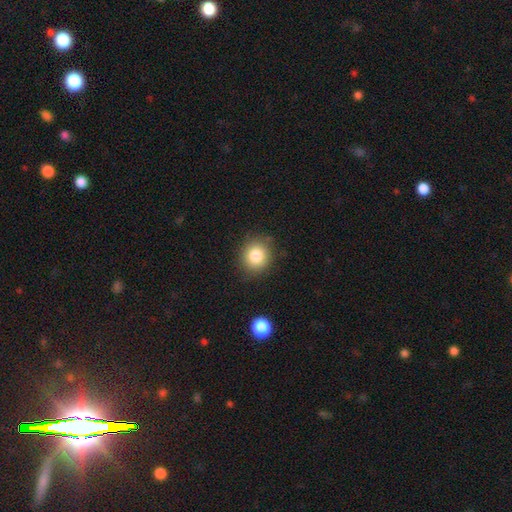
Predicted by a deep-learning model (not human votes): smooth 83%, star or artifact 10%, featured or disk 7%. Down the decision tree: how rounded — round (83%); merging — none (86%).